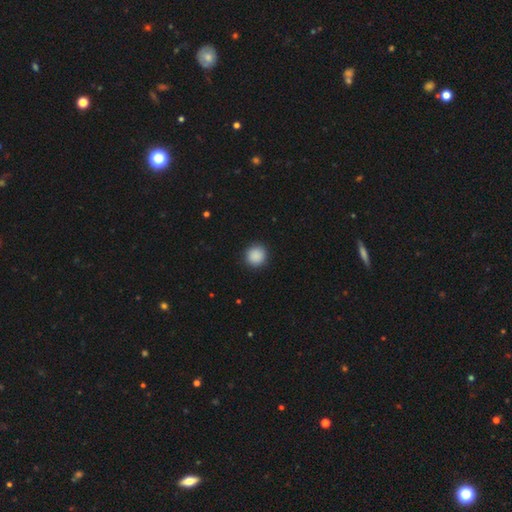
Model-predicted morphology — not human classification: smooth_or_featured: smooth (p=0.89) [alt: star or artifact p=0.08]
how_rounded: round (p=0.93) [alt: in between p=0.06]
merging: none (p=0.91) [alt: minor disturbance p=0.06]